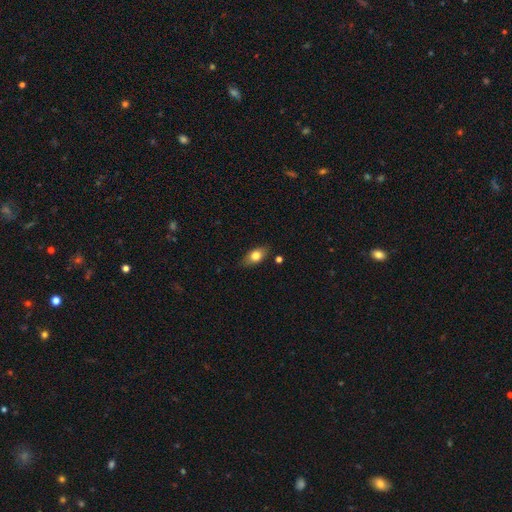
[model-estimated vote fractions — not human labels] Smooth or featured?
  - smooth: 77% *
  - featured or disk: 16%
  - star or artifact: 8%
How rounded?
  - in between: 84% *
  - round: 10%
  - cigar-shaped: 7%
Merging?
  - none: 80% *
  - minor disturbance: 15%
  - major disturbance: 3%
  - merger: 2%